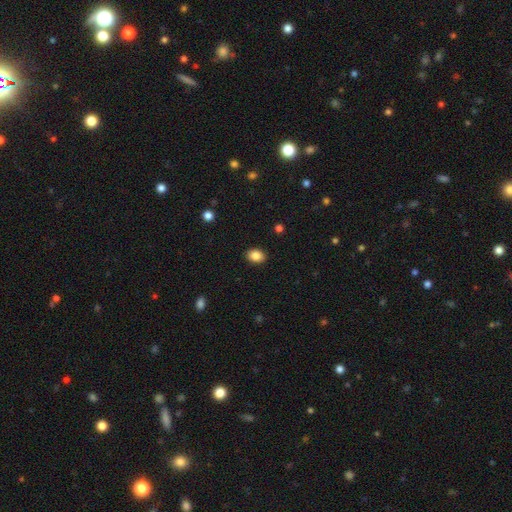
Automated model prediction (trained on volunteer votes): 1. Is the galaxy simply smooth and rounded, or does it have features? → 86% smooth, 9% star or artifact, 5% featured or disk.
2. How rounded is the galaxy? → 72% in between, 27% round, 1% cigar-shaped.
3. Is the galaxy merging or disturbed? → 90% none, 7% minor disturbance, 2% major disturbance, 1% merger.